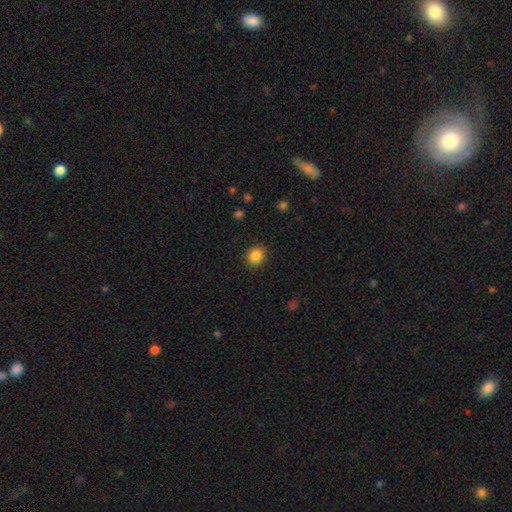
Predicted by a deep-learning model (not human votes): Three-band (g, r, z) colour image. It shows a smooth galaxy with no disk features (86%) that is round (78%). Merging: none (90%).